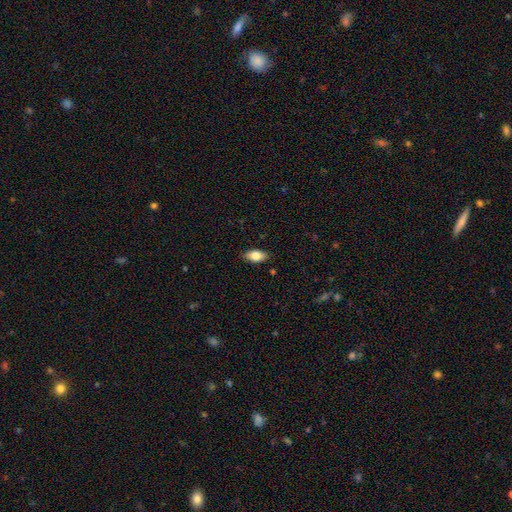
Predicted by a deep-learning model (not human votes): A smooth galaxy with no disk features (81%) that is in between round and cigar-shaped (91%). Merging: none (86%).